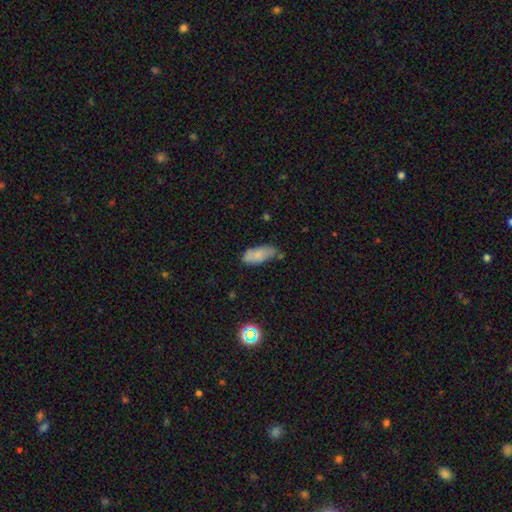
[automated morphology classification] The model was most divided on "merging": none: 54%, minor disturbance: 32%, major disturbance: 7%, merger: 7%. More confident: how rounded — in between (85%); smooth or featured — smooth (79%).